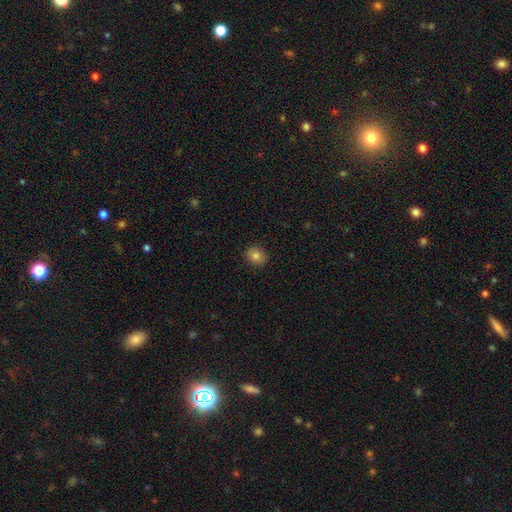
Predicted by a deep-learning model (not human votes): smooth-or-featured: smooth: 82% | star or artifact: 11% | featured or disk: 7%
  how-rounded: round: 64% | in between: 36% | cigar-shaped: 1%
  merging: none: 90% | minor disturbance: 7% | major disturbance: 2% | merger: 1%